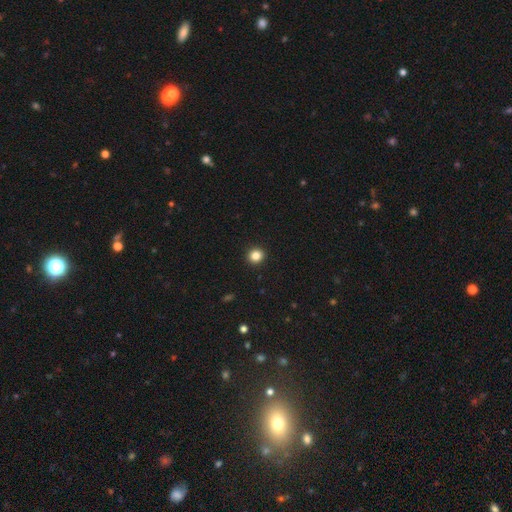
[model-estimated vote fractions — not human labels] A smooth galaxy with no disk features (84%) that is round (90%).

Vote fractions:
- Smooth or featured? smooth: 84% / star or artifact: 12% / featured or disk: 4%
- How rounded? round: 90% / in between: 9% / cigar-shaped: 1%
- Merging? none: 93% / minor disturbance: 4% / major disturbance: 1% / merger: 1%